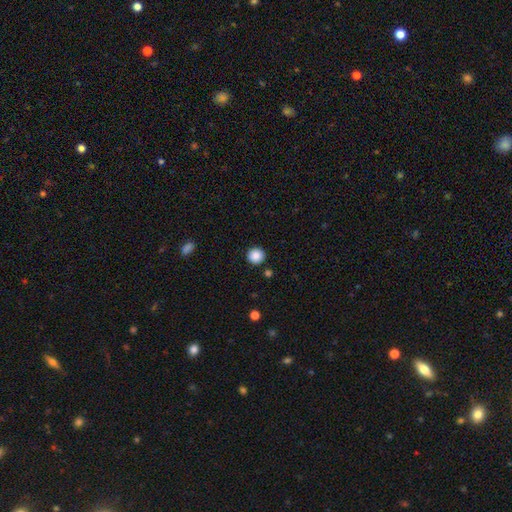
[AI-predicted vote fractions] Smooth or featured? Predicted: smooth (p=0.88). How rounded? Predicted: round (p=0.95). Merging? Predicted: none (p=0.91).